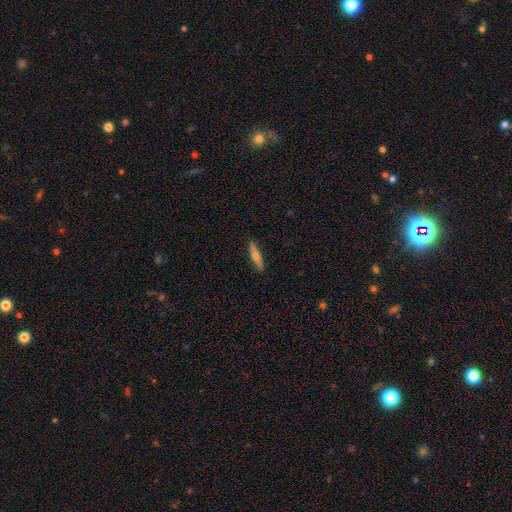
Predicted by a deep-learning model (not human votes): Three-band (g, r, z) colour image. It shows a smooth galaxy with no disk features (53%) that is cigar-shaped (83%). Merging: none (89%).